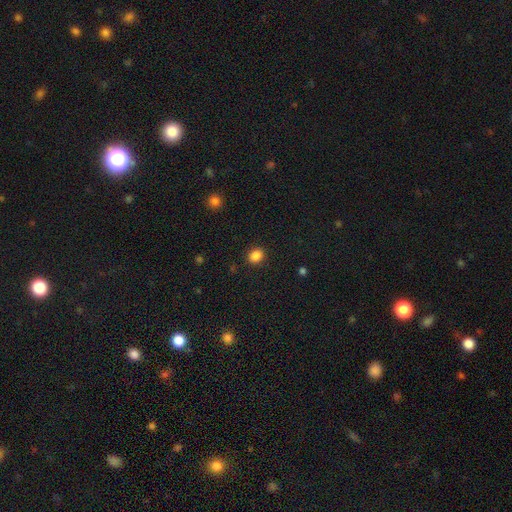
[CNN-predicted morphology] This appears to be a smooth galaxy with no disk features (86%) that is round (60%). Merging: none (89%).